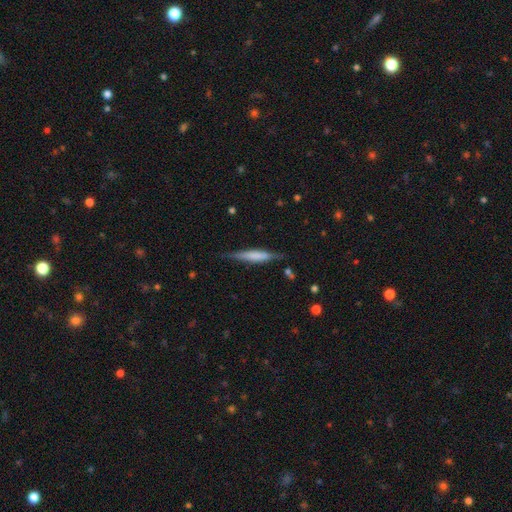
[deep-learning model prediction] smooth-or-featured: smooth: 48% | featured or disk: 46% | star or artifact: 6%
  merging: none: 80% | minor disturbance: 15% | major disturbance: 3% | merger: 2%